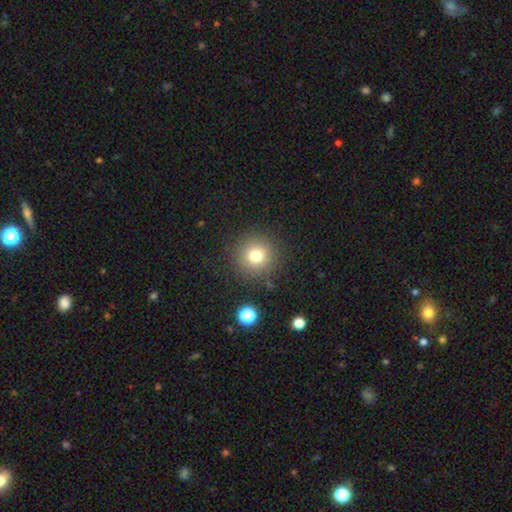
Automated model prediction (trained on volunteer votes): Smooth or featured? smooth (76%)
How rounded? round (94%)
Merging? none (88%)